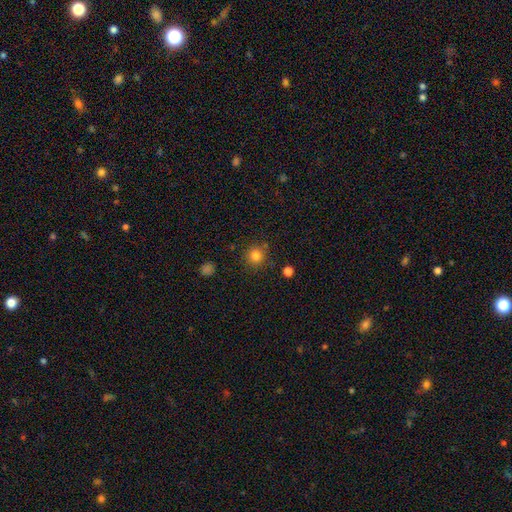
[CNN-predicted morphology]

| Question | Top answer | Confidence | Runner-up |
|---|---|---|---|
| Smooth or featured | smooth | 82% | star or artifact (13%) |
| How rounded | round | 90% | in between (9%) |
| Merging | none | 83% | minor disturbance (10%) |